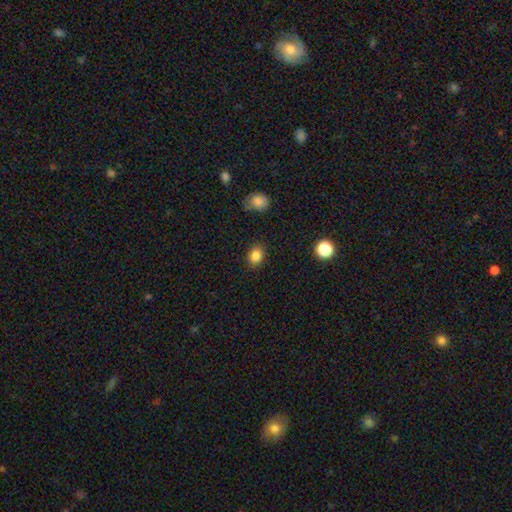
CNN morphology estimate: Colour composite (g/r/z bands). It shows a smooth galaxy with no disk features (85%) that is in between round and cigar-shaped (55%). Merging: none (86%).